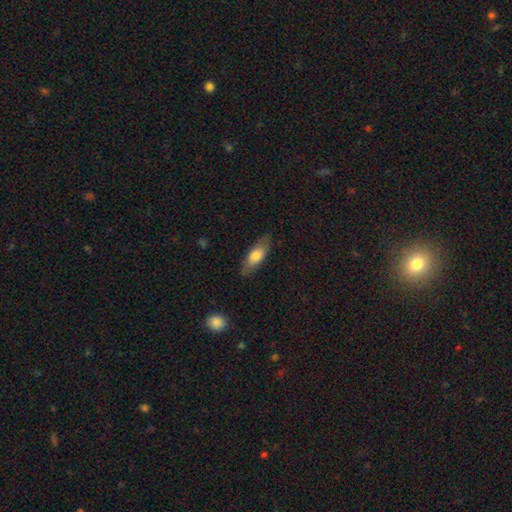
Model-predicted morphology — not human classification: Smooth or featured: smooth — 70% (featured or disk — 24%)
How rounded: in between — 74% (cigar-shaped — 23%)
Merging: none — 80% (minor disturbance — 15%)